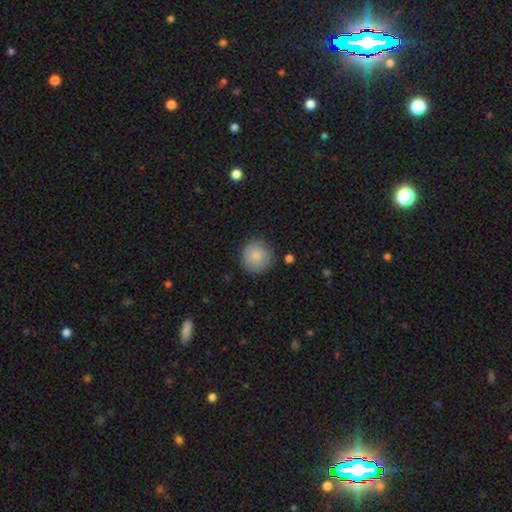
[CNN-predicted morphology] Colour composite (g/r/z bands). It shows a smooth galaxy with no disk features (83%) that is round (93%). Merging: none (84%).